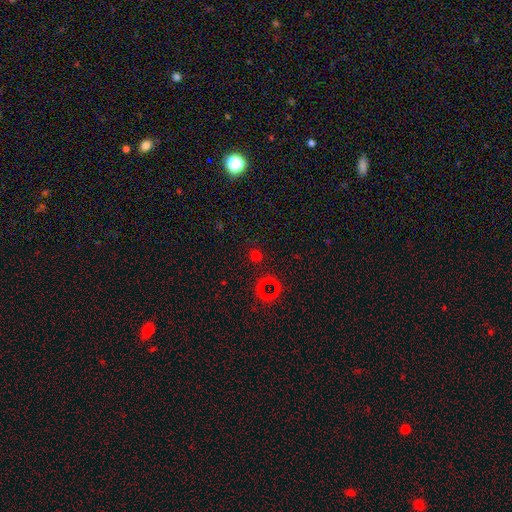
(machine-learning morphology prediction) A smooth galaxy with no disk features (57%) that is round (93%).

Vote fractions:
- Smooth or featured? smooth: 57% / star or artifact: 37% / featured or disk: 6%
- How rounded? round: 93% / in between: 6% / cigar-shaped: 1%
- Merging? none: 86% / minor disturbance: 7% / major disturbance: 3% / merger: 3%